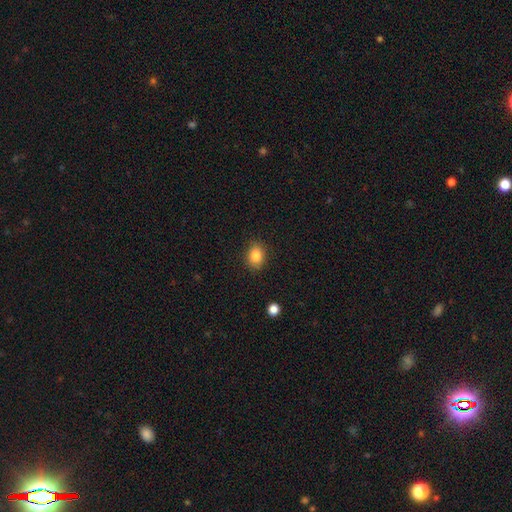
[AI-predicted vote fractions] Smooth or featured? smooth (85%)
How rounded? in between (60%)
Merging? none (86%)